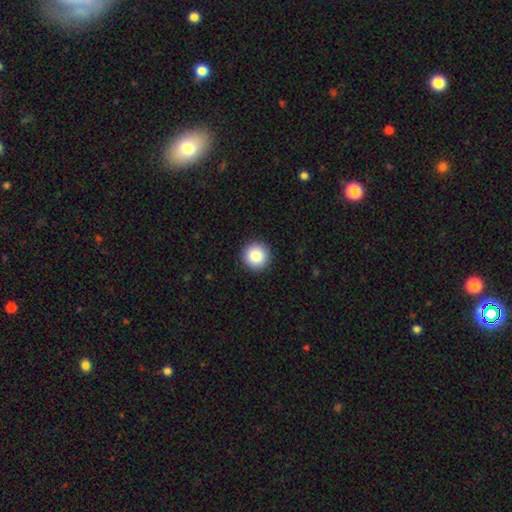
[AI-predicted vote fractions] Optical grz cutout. It shows a smooth galaxy with no disk features (85%) that is round (96%). Merging: none (93%).